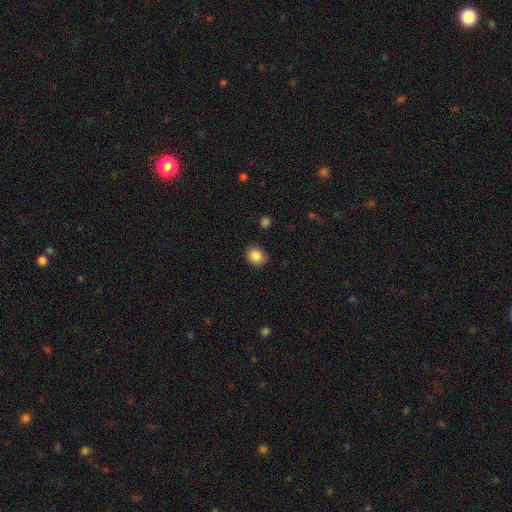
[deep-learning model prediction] Overall: smooth (86%). How rounded: round (67%; in between 32%). Merging: none (84%).